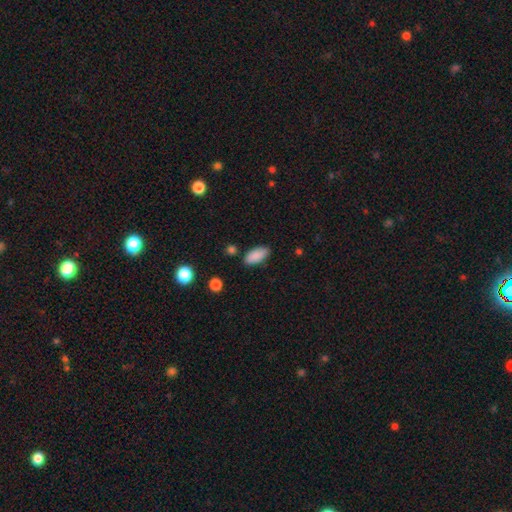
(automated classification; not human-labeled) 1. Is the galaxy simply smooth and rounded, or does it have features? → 89% smooth, 7% star or artifact, 4% featured or disk.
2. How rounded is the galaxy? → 90% in between, 8% cigar-shaped, 2% round.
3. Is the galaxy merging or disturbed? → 83% none, 12% minor disturbance, 3% major disturbance, 2% merger.